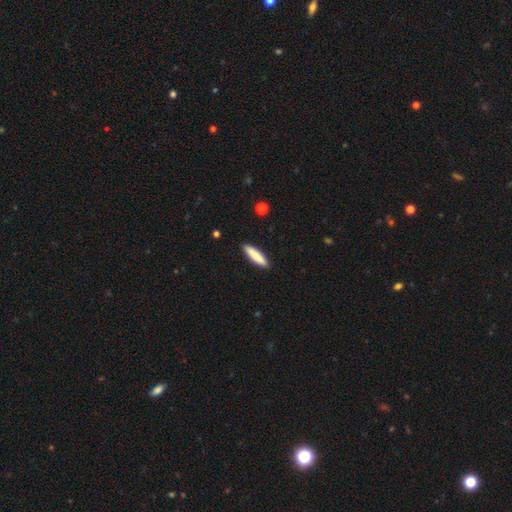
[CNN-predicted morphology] Q: Smooth or featured?
A: smooth (85%); runner-up: featured or disk (9%)
Q: How rounded?
A: cigar-shaped (76%); runner-up: in between (23%)
Q: Merging?
A: none (90%); runner-up: minor disturbance (7%)